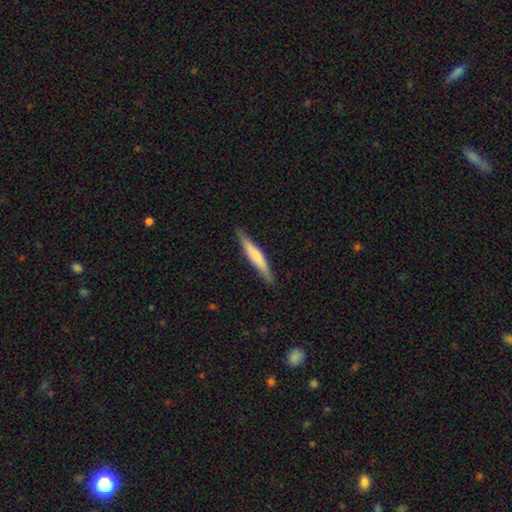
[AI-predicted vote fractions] This appears to be a smooth galaxy with no disk features (54%) that is cigar-shaped (93%). Merging: none (87%).